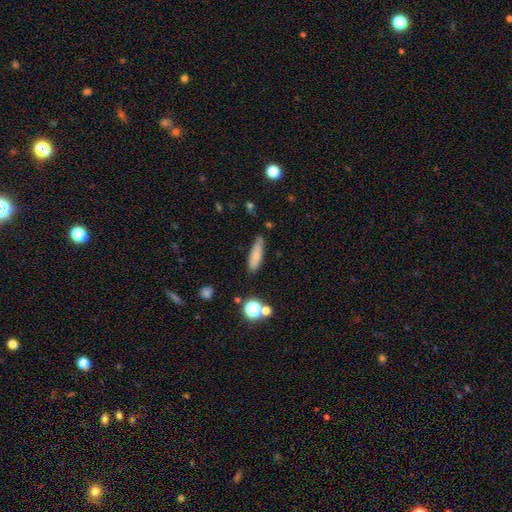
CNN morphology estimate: This appears to be a smooth galaxy with no disk features (76%) that is cigar-shaped (60%). Merging: none (72%).